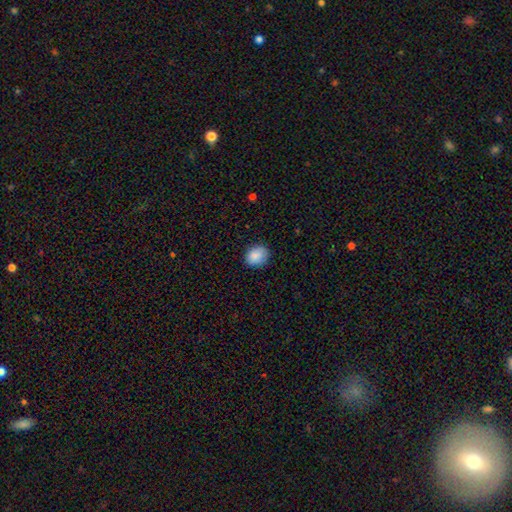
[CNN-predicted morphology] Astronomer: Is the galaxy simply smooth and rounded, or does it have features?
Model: smooth — 88%.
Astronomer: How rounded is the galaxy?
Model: round — 54% (runner-up: in between, 45%).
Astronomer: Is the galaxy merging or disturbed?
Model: none — 84%.